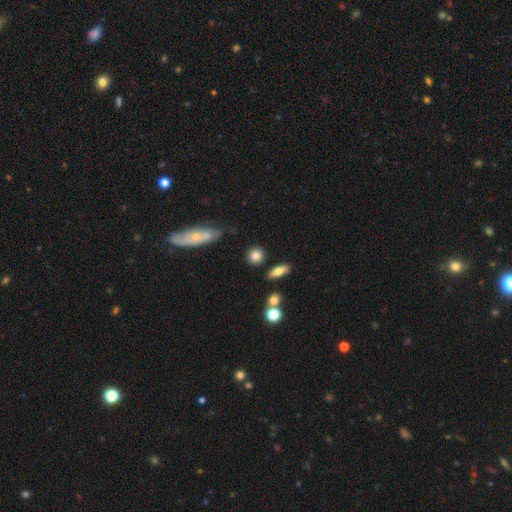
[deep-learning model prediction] Smooth or featured? smooth (81%)
How rounded? round (82%)
Merging? none (83%)